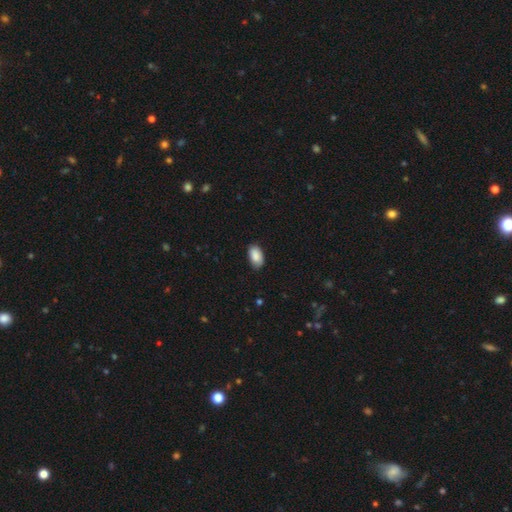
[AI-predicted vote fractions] Smooth or featured?
  - smooth: 89% *
  - star or artifact: 7%
  - featured or disk: 5%
How rounded?
  - in between: 94% *
  - round: 4%
  - cigar-shaped: 2%
Merging?
  - none: 81% *
  - minor disturbance: 16%
  - major disturbance: 2%
  - merger: 1%